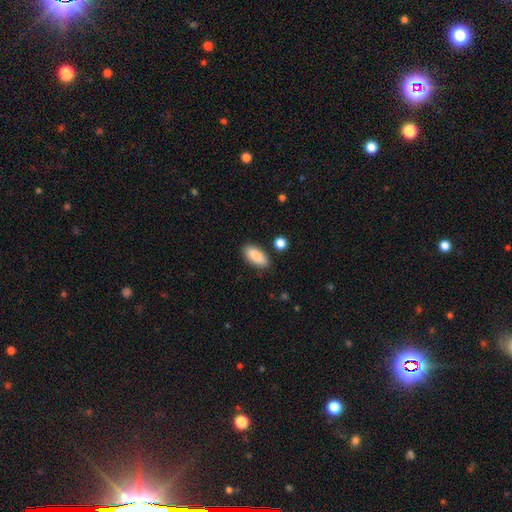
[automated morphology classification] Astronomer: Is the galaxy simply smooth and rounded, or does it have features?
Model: smooth — 89%.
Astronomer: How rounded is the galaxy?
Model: in between — 84%.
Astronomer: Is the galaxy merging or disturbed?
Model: none — 84%.